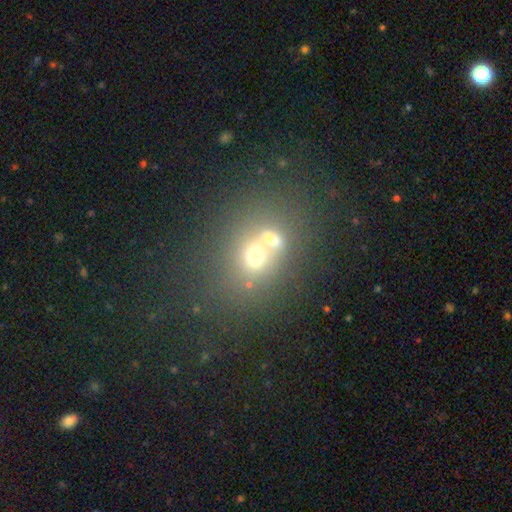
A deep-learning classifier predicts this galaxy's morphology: Smooth or featured? Predicted: smooth (p=0.58). How rounded? Predicted: round (p=0.63). Merging? Predicted: merger (p=0.57).